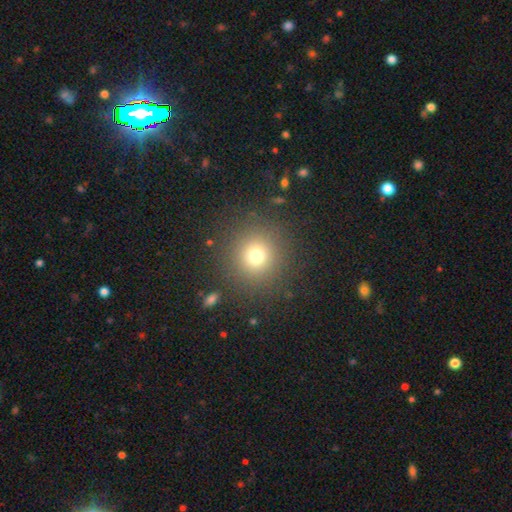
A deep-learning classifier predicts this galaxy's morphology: smooth 73%, star or artifact 18%, featured or disk 9%. Down the decision tree: how rounded — round (93%); merging — none (88%).